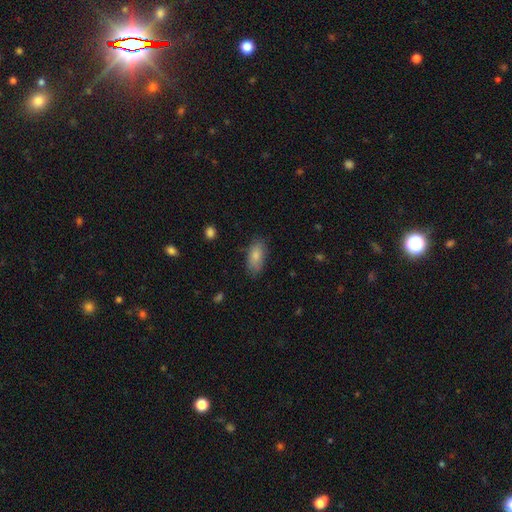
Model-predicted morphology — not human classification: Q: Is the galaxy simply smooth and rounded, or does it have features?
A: smooth — 84%.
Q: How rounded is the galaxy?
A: in between — 91%.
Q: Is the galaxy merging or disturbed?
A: none — 78%.